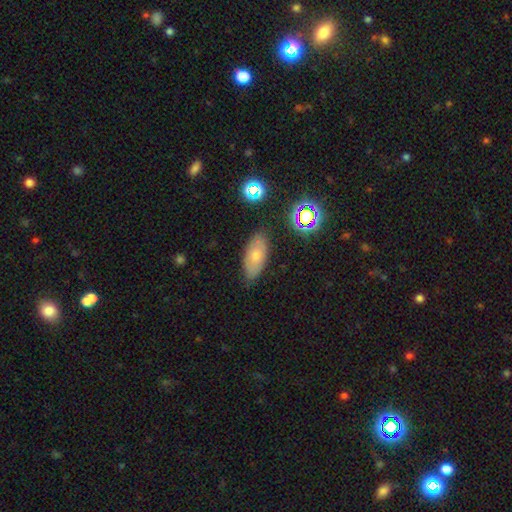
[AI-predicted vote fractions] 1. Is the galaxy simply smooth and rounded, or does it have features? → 64% smooth, 24% featured or disk, 12% star or artifact.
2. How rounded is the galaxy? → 90% in between, 6% cigar-shaped, 4% round.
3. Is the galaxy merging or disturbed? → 78% none, 15% minor disturbance, 4% major disturbance, 3% merger.